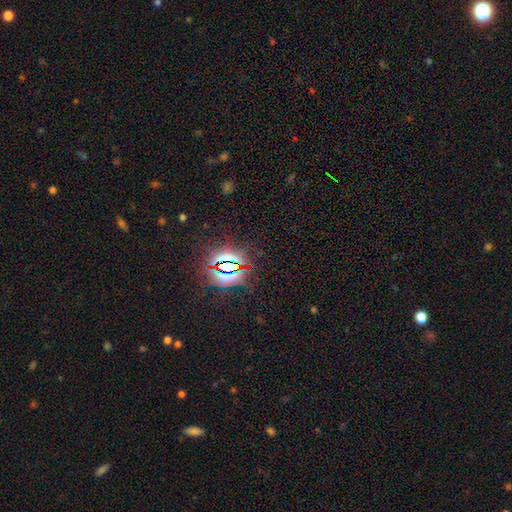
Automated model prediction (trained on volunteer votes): This appears to be a star or artifact, not a galaxy (83%).